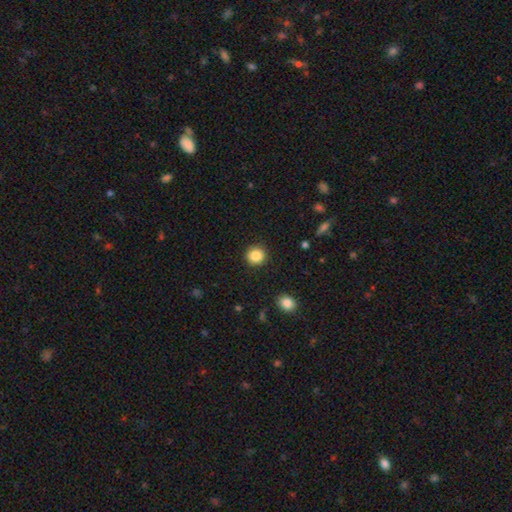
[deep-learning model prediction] This appears to be a smooth galaxy with no disk features (86%) that is round (91%). Merging: none (91%).